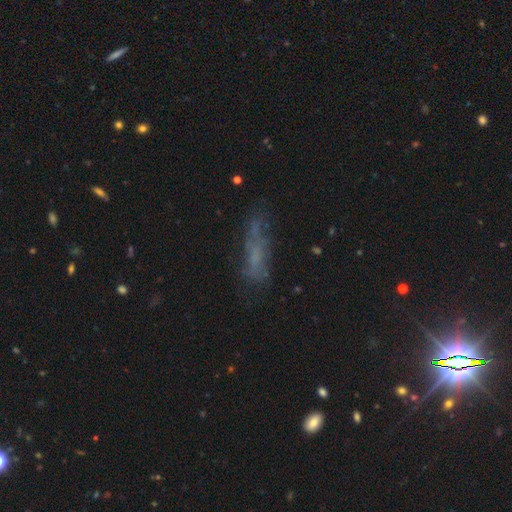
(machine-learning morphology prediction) smooth-or-featured: smooth: 51% | featured or disk: 32% | star or artifact: 17%
  how-rounded: cigar-shaped: 64% | in between: 34% | round: 3%
  merging: none: 56% | minor disturbance: 25% | major disturbance: 15% | merger: 4%